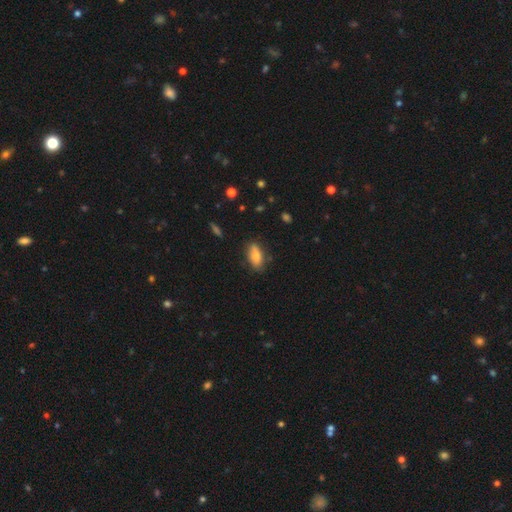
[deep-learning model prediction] The model was most divided on "merging": none: 77%, minor disturbance: 18%, major disturbance: 4%, merger: 2%. More confident: how rounded — in between (86%); smooth or featured — smooth (83%).